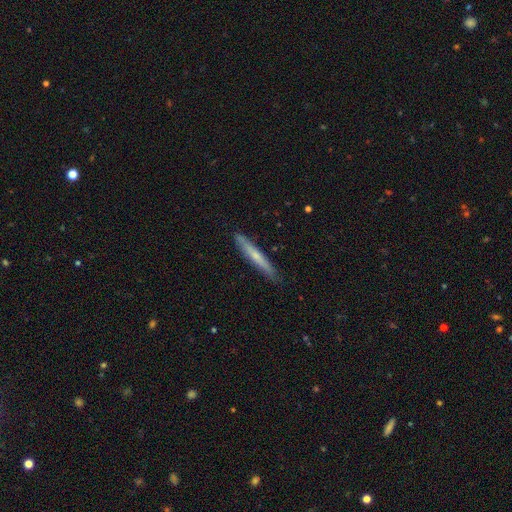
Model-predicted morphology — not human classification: smooth 51%, featured or disk 44%, star or artifact 6%. Down the decision tree: how rounded — cigar-shaped (96%); merging — none (88%).